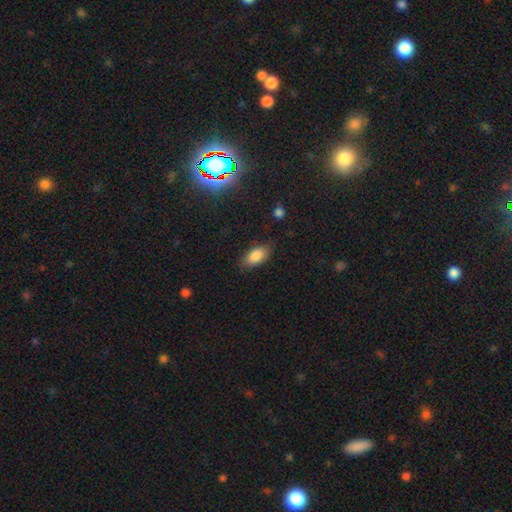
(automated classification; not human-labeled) Q: Smooth or featured?
A: smooth (86%); runner-up: star or artifact (8%)
Q: How rounded?
A: in between (90%); runner-up: cigar-shaped (6%)
Q: Merging?
A: none (80%); runner-up: minor disturbance (15%)